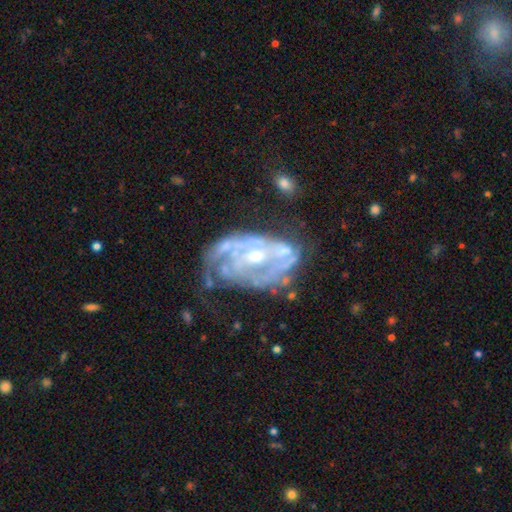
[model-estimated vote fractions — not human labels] Smooth or featured? featured or disk (86%)
Edge-on disk? no (96%)
Bar? no (59%)
Spiral arms? yes (84%)
Spiral winding? tight (54%)
Spiral arm count? can't tell (37%)
Bulge size? moderate (50%)
Merging? none (42%)